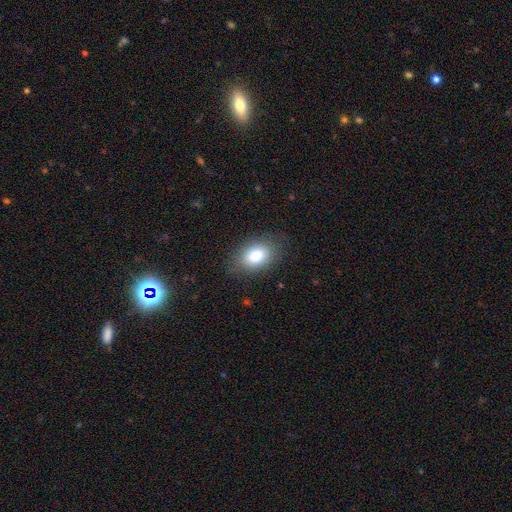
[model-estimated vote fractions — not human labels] smooth-or-featured: smooth: 80% | featured or disk: 11% | star or artifact: 9%
  how-rounded: in between: 80% | round: 19% | cigar-shaped: 1%
  merging: none: 82% | minor disturbance: 13% | major disturbance: 4% | merger: 1%